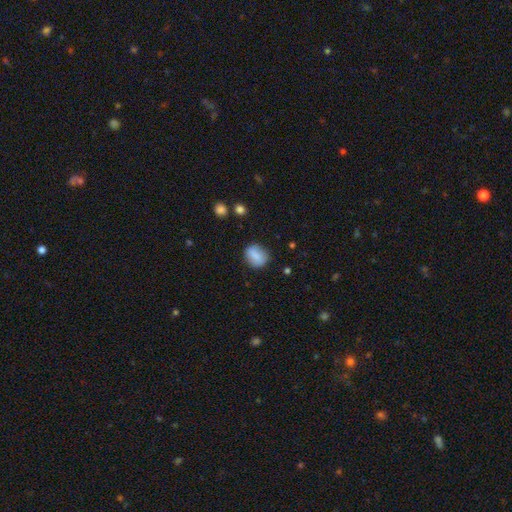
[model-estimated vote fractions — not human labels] Smooth or featured: smooth — 82% (featured or disk — 10%)
How rounded: round — 59% (in between — 40%)
Merging: none — 79% (minor disturbance — 15%)